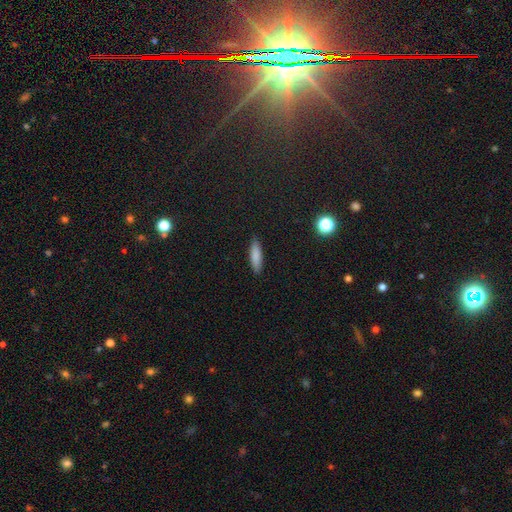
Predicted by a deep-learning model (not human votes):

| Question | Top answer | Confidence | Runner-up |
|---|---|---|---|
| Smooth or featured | smooth | 84% | featured or disk (8%) |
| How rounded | cigar-shaped | 62% | in between (36%) |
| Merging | none | 88% | minor disturbance (9%) |